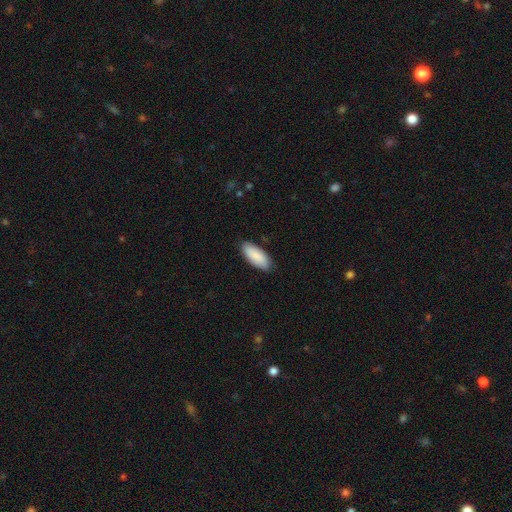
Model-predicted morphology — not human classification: The model was most divided on "how rounded": in between: 83%, cigar-shaped: 15%, round: 1%. More confident: smooth or featured — smooth (87%); merging — none (85%).